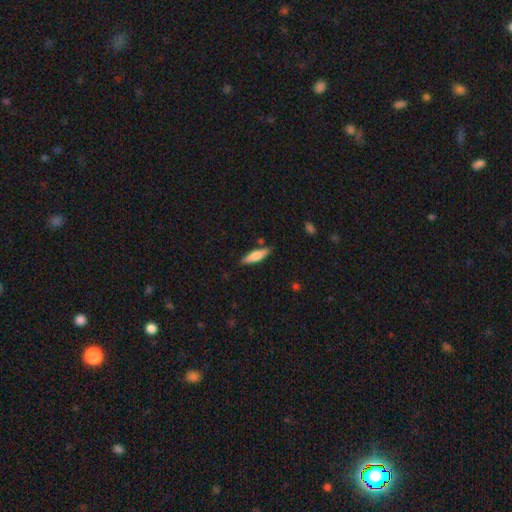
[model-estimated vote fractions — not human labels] Smooth or featured?
  - smooth: 63% *
  - featured or disk: 31%
  - star or artifact: 6%
How rounded?
  - cigar-shaped: 65% *
  - in between: 33%
  - round: 2%
Merging?
  - none: 83% *
  - minor disturbance: 11%
  - merger: 3%
  - major disturbance: 2%